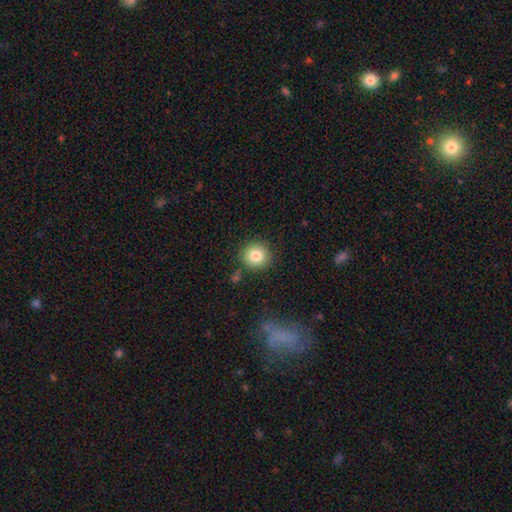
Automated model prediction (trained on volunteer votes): Q: Smooth or featured?
A: smooth (81%); runner-up: star or artifact (10%)
Q: How rounded?
A: round (92%); runner-up: in between (7%)
Q: Merging?
A: none (85%); runner-up: minor disturbance (8%)